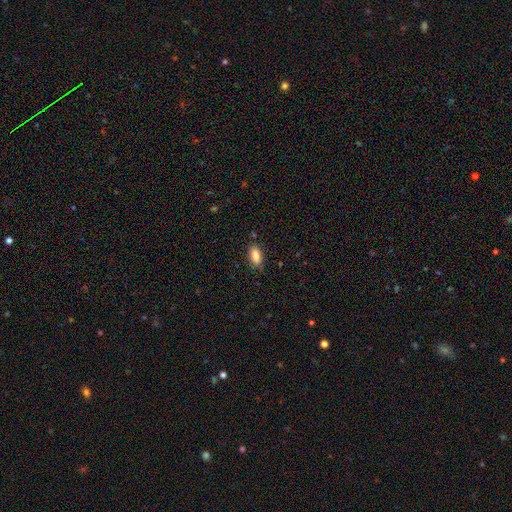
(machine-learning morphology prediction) Smooth or featured? Predicted: smooth (p=0.86). How rounded? Predicted: in between (p=0.83). Merging? Predicted: none (p=0.80).